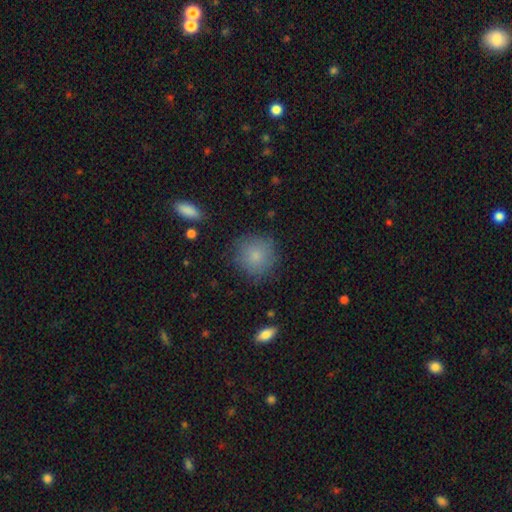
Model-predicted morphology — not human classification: Smooth or featured? Predicted: smooth (p=0.82). How rounded? Predicted: round (p=0.91). Merging? Predicted: none (p=0.82).